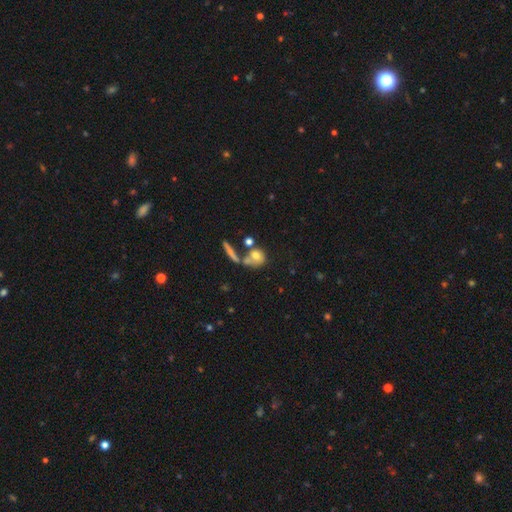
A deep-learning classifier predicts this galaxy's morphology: This is likely a smooth galaxy (68%). How rounded: likely round (61%). Merging: marginally none (39%).